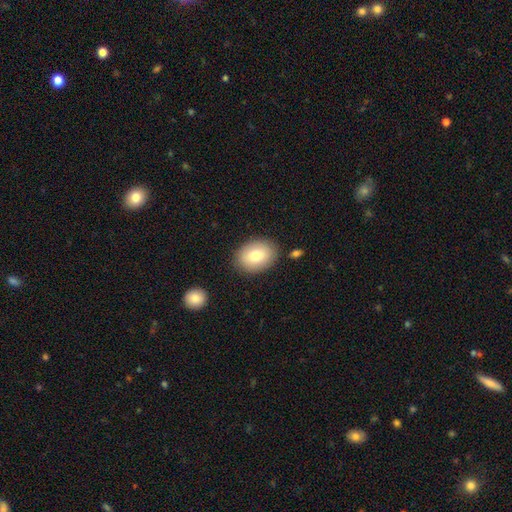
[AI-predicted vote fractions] A smooth galaxy with no disk features (78%) that is in between round and cigar-shaped (68%).

Vote fractions:
- Smooth or featured? smooth: 78% / featured or disk: 15% / star or artifact: 7%
- How rounded? in between: 68% / round: 31% / cigar-shaped: 1%
- Merging? none: 84% / minor disturbance: 11% / major disturbance: 3% / merger: 2%